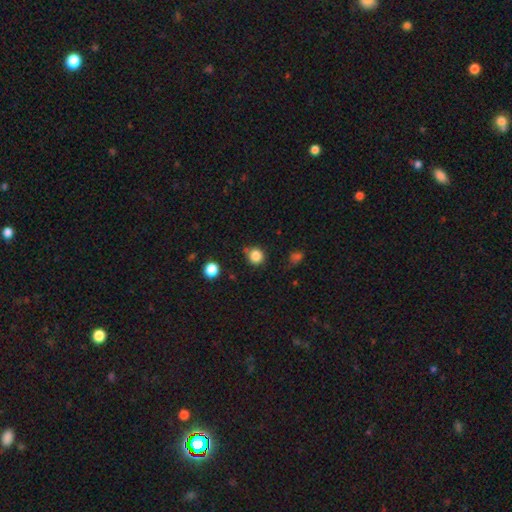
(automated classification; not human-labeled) smooth 84%, star or artifact 12%, featured or disk 4%. Down the decision tree: how rounded — round (88%); merging — none (75%).